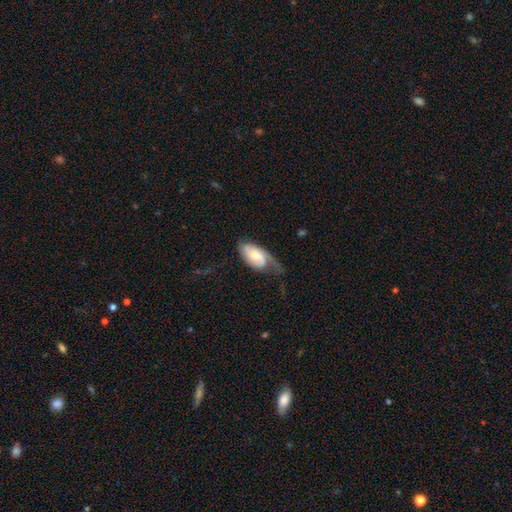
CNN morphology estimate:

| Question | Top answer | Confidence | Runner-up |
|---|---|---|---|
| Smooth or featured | featured or disk | 57% | smooth (38%) |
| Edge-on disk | no | 94% | yes (6%) |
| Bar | no | 58% | weak (33%) |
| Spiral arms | yes | 86% | no (14%) |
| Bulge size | moderate | 50% | small (33%) |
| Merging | none | 33% | minor disturbance (32%) |